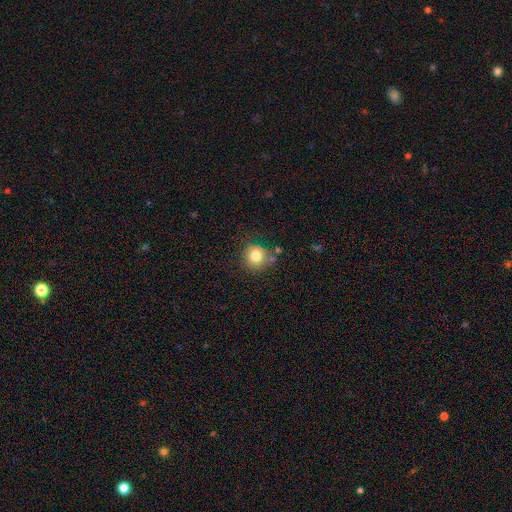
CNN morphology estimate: Smooth or featured: smooth — 80% (star or artifact — 11%)
How rounded: round — 91% (in between — 8%)
Merging: none — 71% (minor disturbance — 16%)